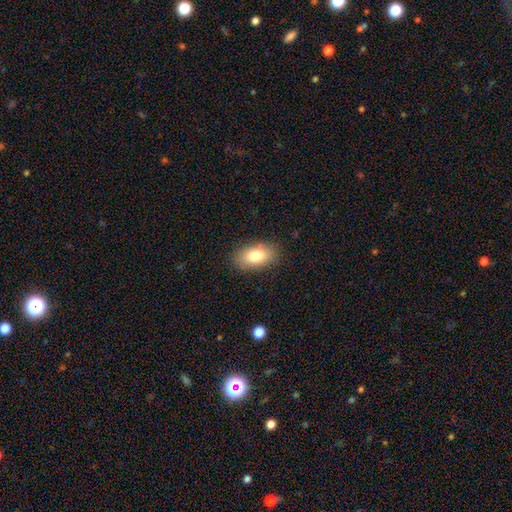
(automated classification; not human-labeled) This appears to be a smooth galaxy with no disk features (80%) that is in between round and cigar-shaped (91%). Merging: none (85%).